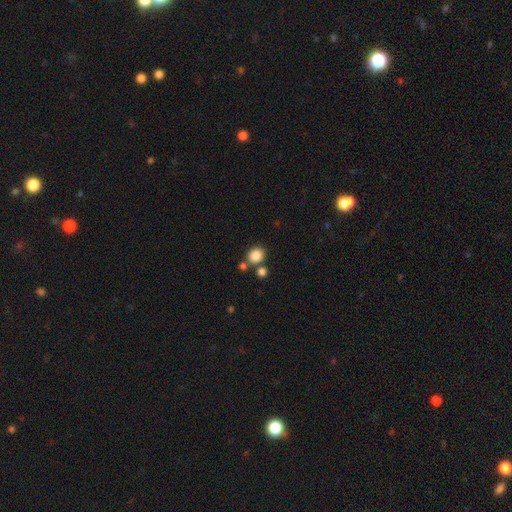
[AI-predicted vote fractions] Smooth or featured: smooth — 85% (star or artifact — 10%)
How rounded: round — 78% (in between — 21%)
Merging: none — 71% (merger — 17%)